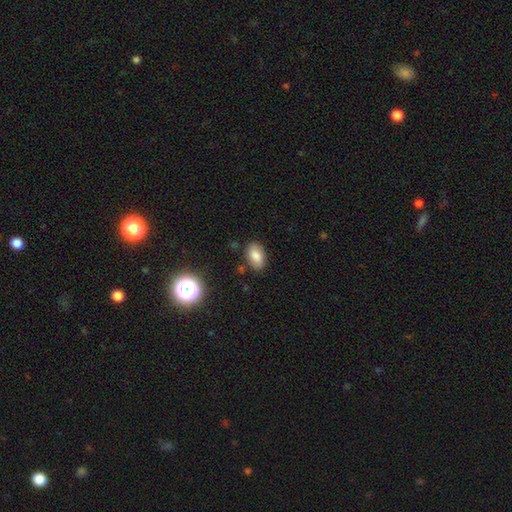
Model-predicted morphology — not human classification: Smooth or featured? Predicted: smooth (p=0.80). How rounded? Predicted: in between (p=0.90). Merging? Predicted: none (p=0.81).